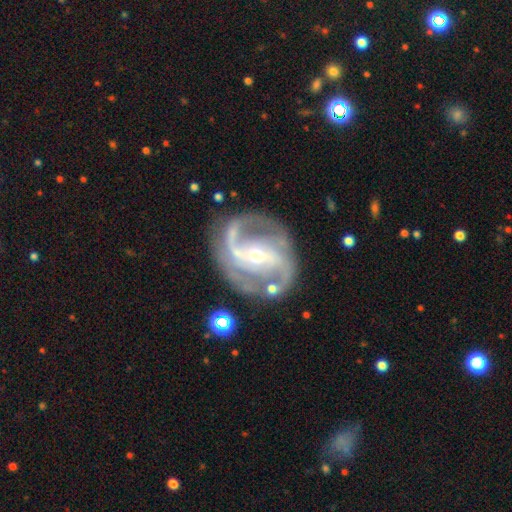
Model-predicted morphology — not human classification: smooth-or-featured: featured or disk: 90% | star or artifact: 5% | smooth: 5%
  disk-edge-on: no: 97% | yes: 3%
    bar: strong: 45% | weak: 34% | no: 21%
    has-spiral-arms: yes: 97% | no: 3%
      spiral-winding: medium: 56% | tight: 25% | loose: 20%
      spiral-arm-count: 2: 80% | 3: 9% | can't tell: 5% | 1: 2% | 4: 2% | more than 4: 2%
    bulge-size: small: 59% | moderate: 37% | large: 2% | none: 1% | dominant: 1%
  merging: none: 72% | minor disturbance: 16% | major disturbance: 8% | merger: 4%